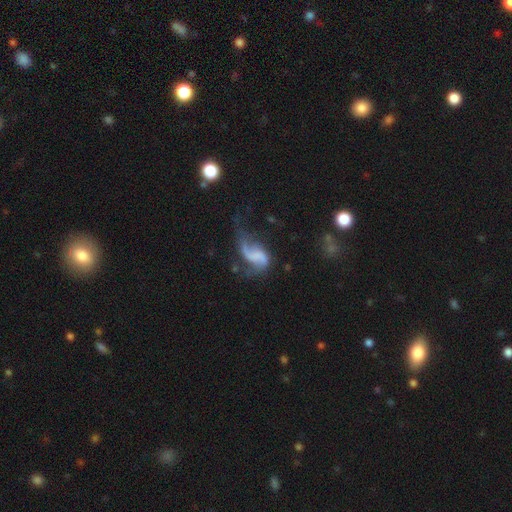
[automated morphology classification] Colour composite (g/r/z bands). It shows a featured or disk galaxy (65%) with no bar (55%), spiral arms (79%) and no central bulge (66%). Merging: major disturbance (43%).